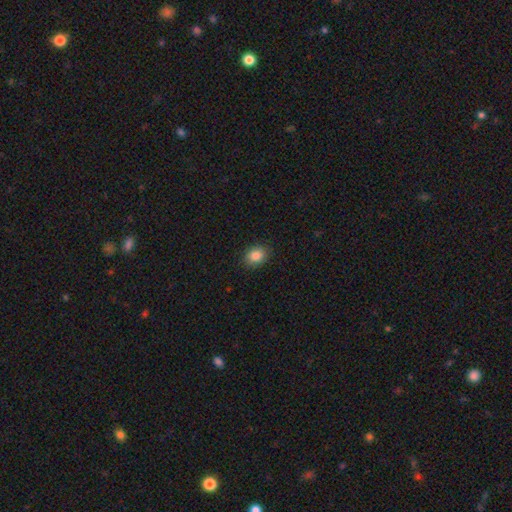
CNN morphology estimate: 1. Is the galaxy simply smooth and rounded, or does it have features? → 85% smooth, 10% star or artifact, 5% featured or disk.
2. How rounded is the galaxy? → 51% round, 48% in between, 1% cigar-shaped.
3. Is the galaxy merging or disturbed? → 88% none, 9% minor disturbance, 2% major disturbance, 1% merger.